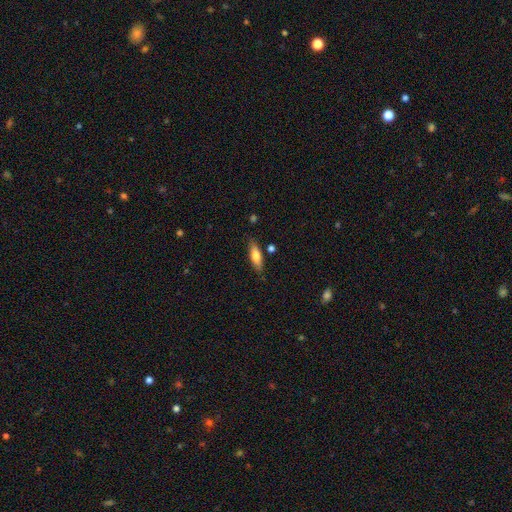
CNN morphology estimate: smooth 72%, featured or disk 22%, star or artifact 6%. Down the decision tree: how rounded — cigar-shaped (49%, tied with in between); merging — none (81%).